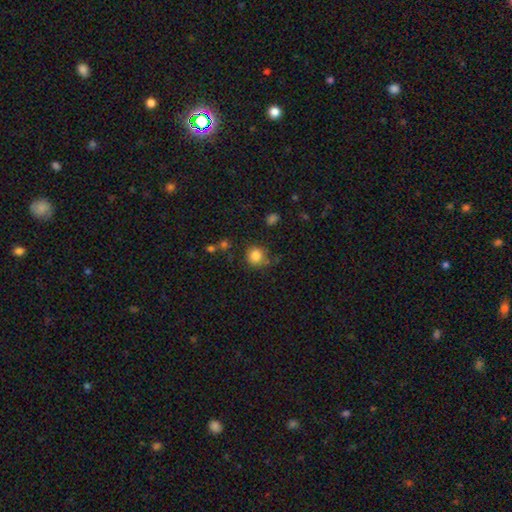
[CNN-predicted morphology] type=smooth (83%); roundness=round (91%); merging=none (78%).